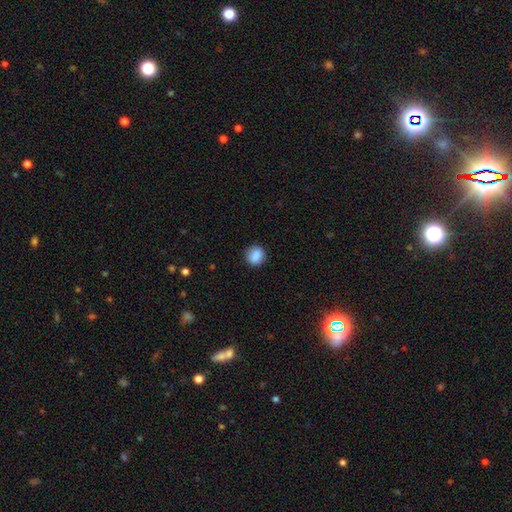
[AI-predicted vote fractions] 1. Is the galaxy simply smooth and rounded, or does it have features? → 86% smooth, 9% star or artifact, 5% featured or disk.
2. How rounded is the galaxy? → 82% round, 17% in between, 1% cigar-shaped.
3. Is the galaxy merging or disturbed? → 84% none, 12% minor disturbance, 3% major disturbance, 1% merger.